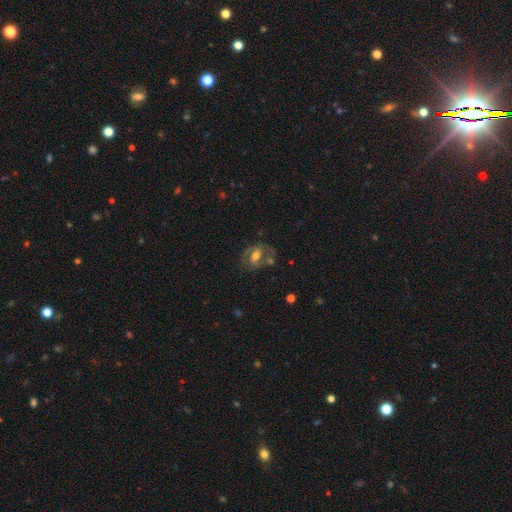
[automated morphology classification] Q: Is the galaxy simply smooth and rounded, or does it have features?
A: featured or disk — 53%.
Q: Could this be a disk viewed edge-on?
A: no — 93%.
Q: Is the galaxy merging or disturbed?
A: none — 53%.